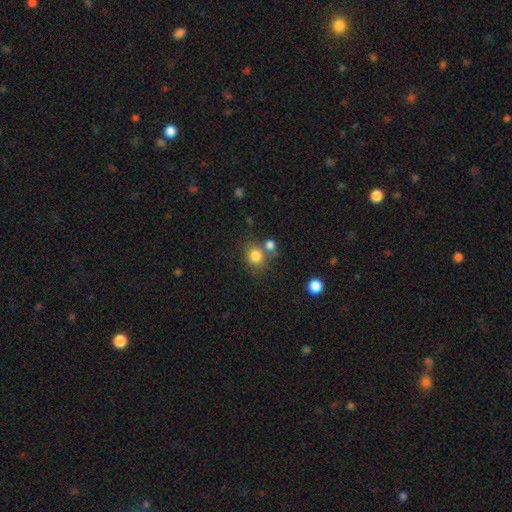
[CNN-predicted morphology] smooth_or_featured: smooth (p=0.81) [alt: star or artifact p=0.11]
how_rounded: round (p=0.81) [alt: in between p=0.18]
merging: none (p=0.59) [alt: merger p=0.23]